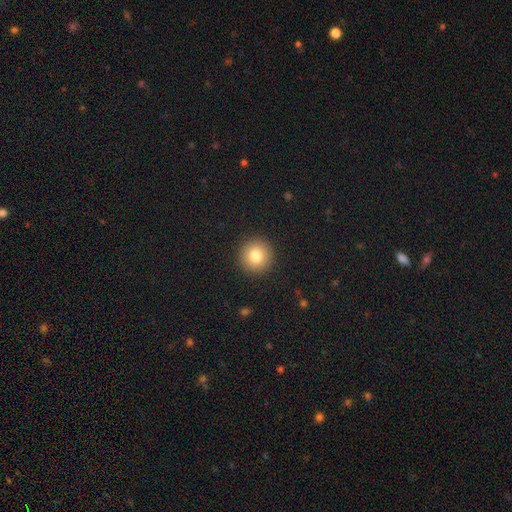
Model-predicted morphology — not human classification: Smooth or featured? smooth (80%)
How rounded? round (95%)
Merging? none (92%)